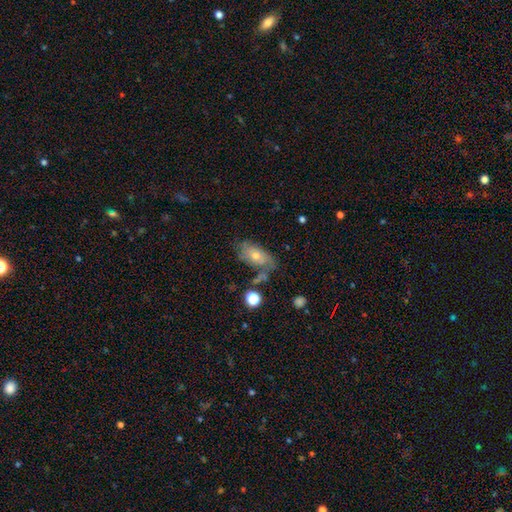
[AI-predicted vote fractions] Morphology: type=featured or disk (47%); merging=none (53%).